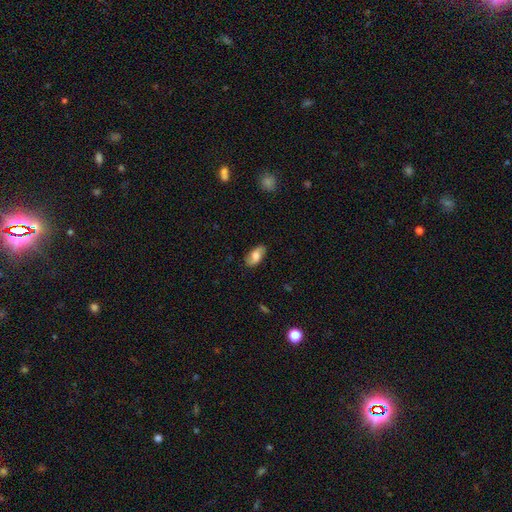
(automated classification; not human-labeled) Smooth or featured?
  - smooth: 61% *
  - featured or disk: 31%
  - star or artifact: 7%
How rounded?
  - in between: 91% *
  - round: 5%
  - cigar-shaped: 4%
Merging?
  - none: 79% *
  - minor disturbance: 16%
  - major disturbance: 4%
  - merger: 1%